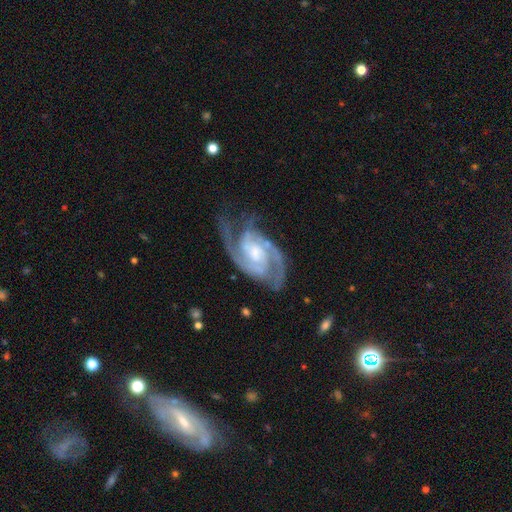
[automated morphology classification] Smooth or featured? featured or disk (93%)
Edge-on disk? no (98%)
Bar? weak (43%)
Spiral arms? yes (99%)
Spiral winding? medium (47%, tied with tight)
Spiral arm count? 2 (73%)
Bulge size? moderate (45%)
Merging? none (72%)